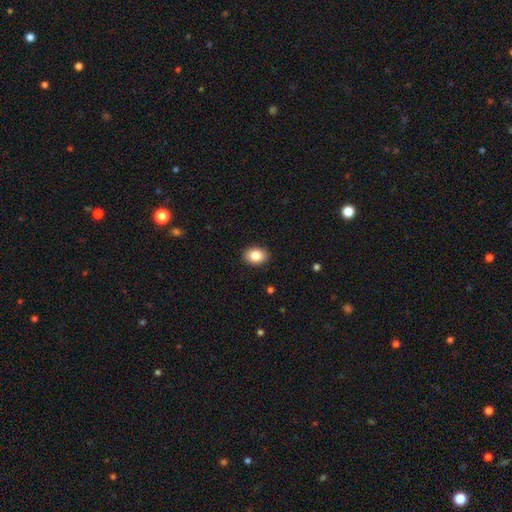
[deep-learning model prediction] Q: Smooth or featured?
A: smooth (85%); runner-up: star or artifact (8%)
Q: How rounded?
A: in between (76%); runner-up: round (23%)
Q: Merging?
A: none (90%); runner-up: minor disturbance (7%)